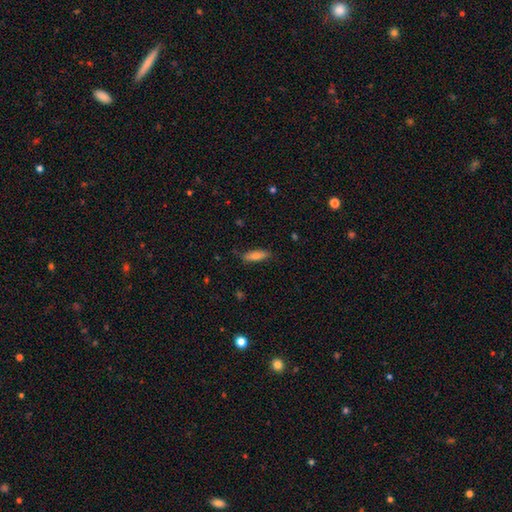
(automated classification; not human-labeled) Q: Smooth or featured?
A: smooth (73%); runner-up: featured or disk (21%)
Q: How rounded?
A: cigar-shaped (57%); runner-up: in between (41%)
Q: Merging?
A: none (83%); runner-up: minor disturbance (13%)